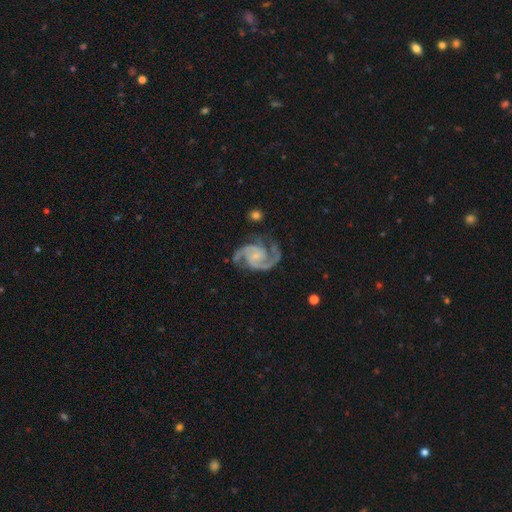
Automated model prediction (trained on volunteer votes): Smooth or featured? featured or disk (93%)
Edge-on disk? no (98%)
Bar? no (60%)
Spiral arms? yes (99%)
Spiral winding? medium (59%)
Spiral arm count? 2 (89%)
Bulge size? small (68%)
Merging? none (72%)